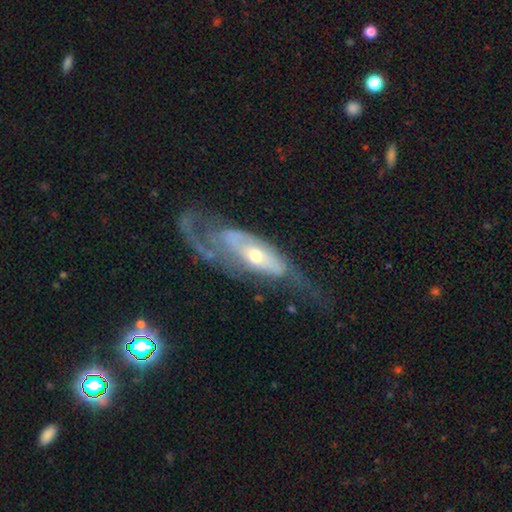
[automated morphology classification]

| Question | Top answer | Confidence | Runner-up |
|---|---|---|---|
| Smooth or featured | featured or disk | 72% | smooth (22%) |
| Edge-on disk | no | 80% | yes (20%) |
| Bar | no | 68% | weak (22%) |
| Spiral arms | yes | 69% | no (31%) |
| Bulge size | moderate | 59% | small (33%) |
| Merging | major disturbance | 42% | none (35%) |